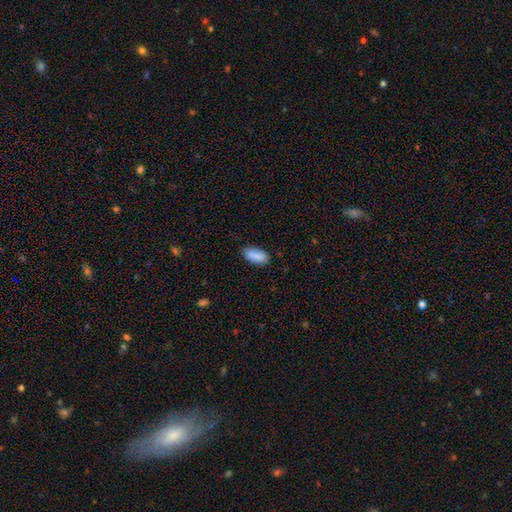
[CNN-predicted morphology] smooth 88%, star or artifact 7%, featured or disk 5%. Down the decision tree: how rounded — in between (88%); merging — none (80%).